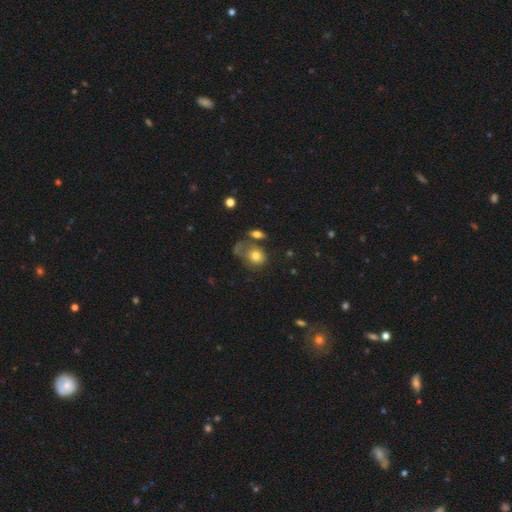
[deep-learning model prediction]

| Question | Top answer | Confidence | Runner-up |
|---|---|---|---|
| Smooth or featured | smooth | 72% | featured or disk (19%) |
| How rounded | in between | 51% | round (48%) |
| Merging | none | 34% | major disturbance (24%) |